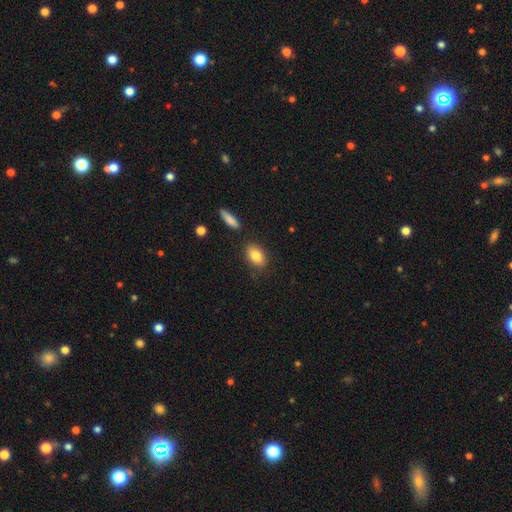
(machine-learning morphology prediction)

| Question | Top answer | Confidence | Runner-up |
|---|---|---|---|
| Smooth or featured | smooth | 83% | featured or disk (10%) |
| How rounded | in between | 88% | round (8%) |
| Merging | none | 81% | minor disturbance (11%) |